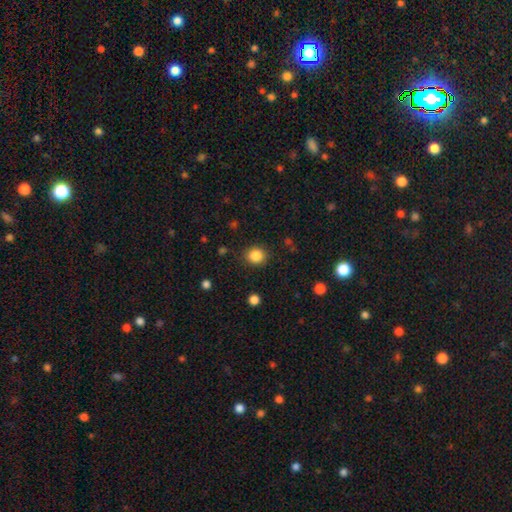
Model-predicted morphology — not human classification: smooth 85%, star or artifact 11%, featured or disk 4%. Down the decision tree: how rounded — round (82%); merging — none (87%).